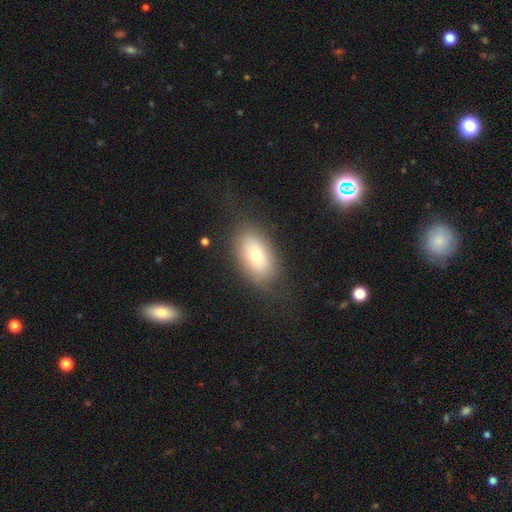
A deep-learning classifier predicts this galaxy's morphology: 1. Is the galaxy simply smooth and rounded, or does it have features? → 72% smooth, 19% featured or disk, 9% star or artifact.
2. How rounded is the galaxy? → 89% in between, 9% round, 3% cigar-shaped.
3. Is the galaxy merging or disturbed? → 77% none, 14% minor disturbance, 7% major disturbance, 2% merger.